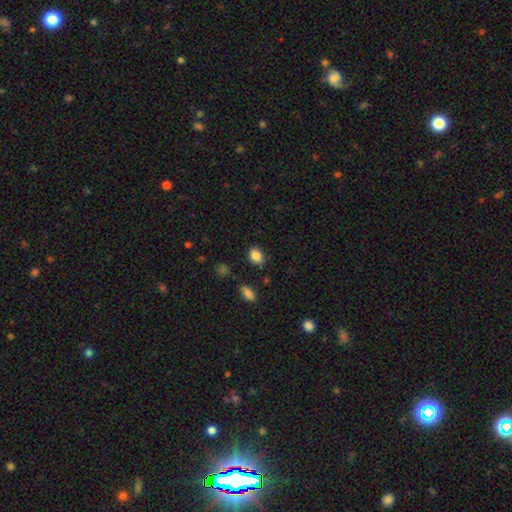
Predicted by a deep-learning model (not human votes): This appears to be a smooth galaxy with no disk features (85%) that is in between round and cigar-shaped (76%). Merging: none (81%).